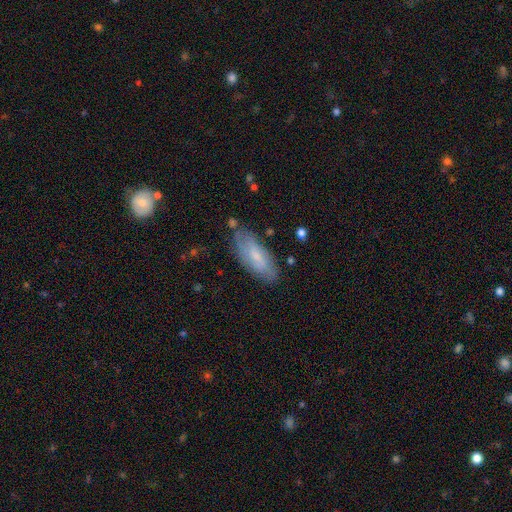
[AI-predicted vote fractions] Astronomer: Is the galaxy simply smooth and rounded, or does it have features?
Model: smooth — 59% (runner-up: featured or disk, 34%).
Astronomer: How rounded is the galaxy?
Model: in between — 74%.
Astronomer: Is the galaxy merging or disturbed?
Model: none — 74%.